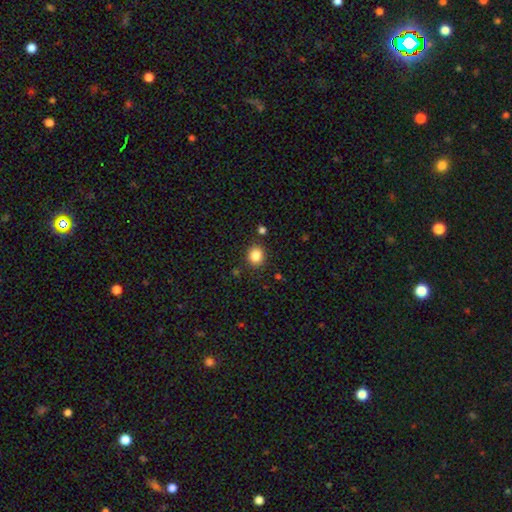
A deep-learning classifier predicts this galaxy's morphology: This appears to be a smooth galaxy with no disk features (85%) that is round (78%). Merging: none (87%).